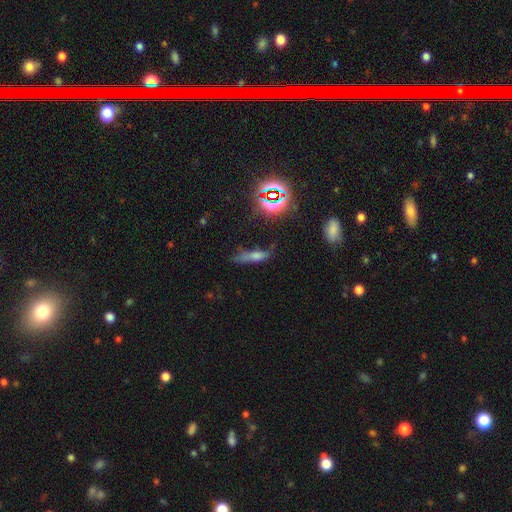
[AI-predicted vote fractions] smooth 49%, star or artifact 27%, featured or disk 25%. Down the decision tree: merging — none (51%).